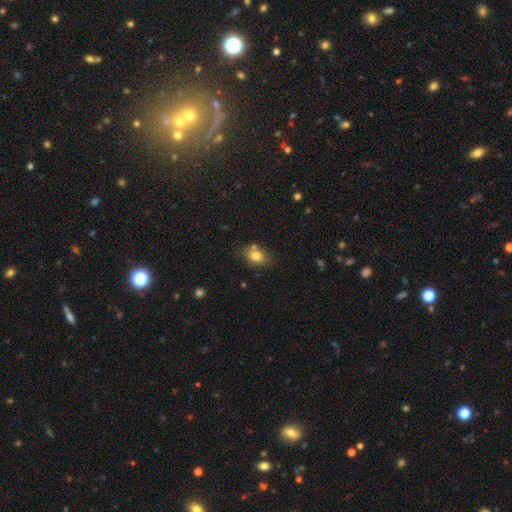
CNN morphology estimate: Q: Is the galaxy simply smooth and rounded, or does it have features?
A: smooth — 77%.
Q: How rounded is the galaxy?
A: in between — 70%.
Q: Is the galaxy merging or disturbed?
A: none — 65%.